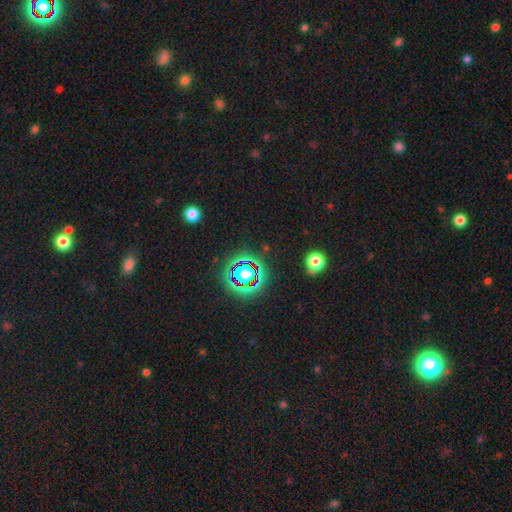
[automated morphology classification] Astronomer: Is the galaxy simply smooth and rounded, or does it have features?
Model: star or artifact — 76%.